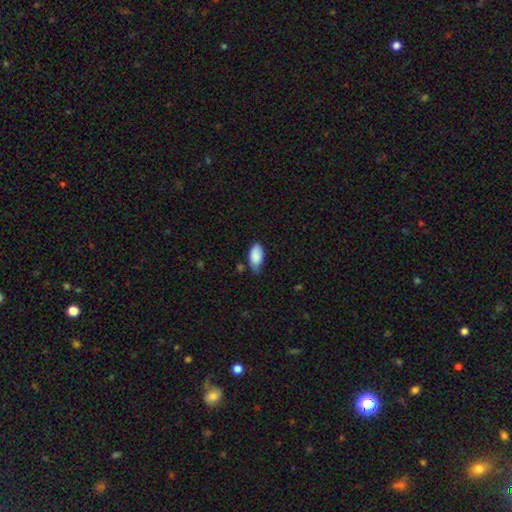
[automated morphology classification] Smooth or featured: smooth — 88% (star or artifact — 7%)
How rounded: in between — 94% (round — 3%)
Merging: none — 58% (minor disturbance — 34%)